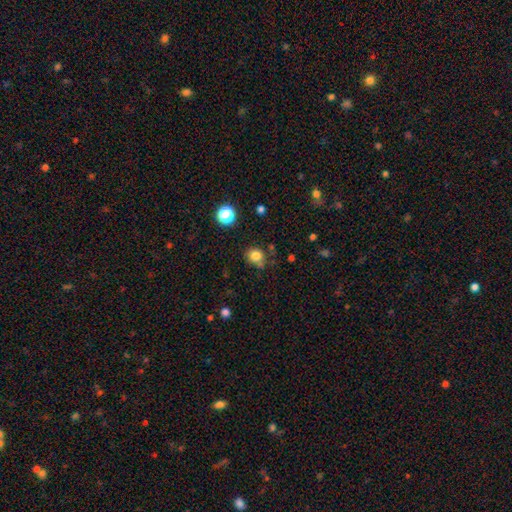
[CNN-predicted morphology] Overall: smooth (80%). How rounded: round (77%). Merging: none (66%).